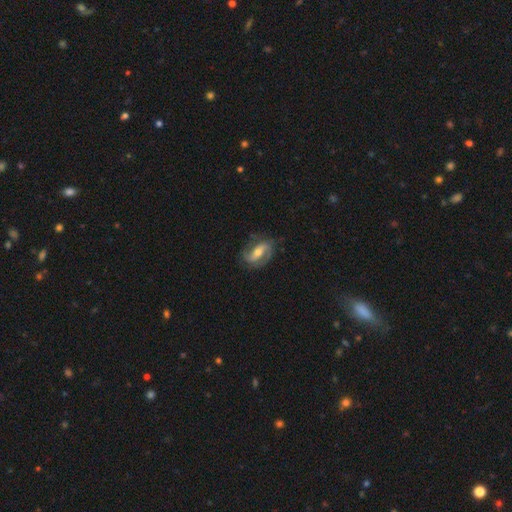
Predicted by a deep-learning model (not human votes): Smooth or featured: featured or disk — 76% (smooth — 16%)
Edge-on disk: no — 93% (yes — 7%)
Bar: strong — 43% (weak — 37%)
Spiral arms: yes — 89% (no — 11%)
Spiral winding: medium — 44% (tight — 30%)
Spiral arm count: 2 — 85% (can't tell — 8%)
Bulge size: moderate — 60% (small — 30%)
Merging: none — 77% (minor disturbance — 15%)